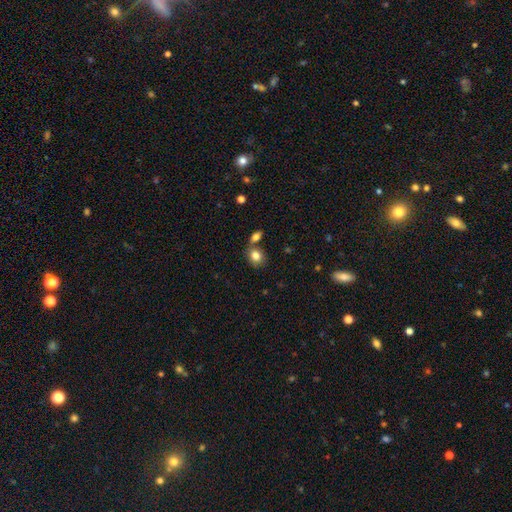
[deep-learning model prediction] Q: Smooth or featured?
A: smooth (82%); runner-up: star or artifact (9%)
Q: How rounded?
A: round (55%); runner-up: in between (44%)
Q: Merging?
A: none (61%); runner-up: merger (24%)